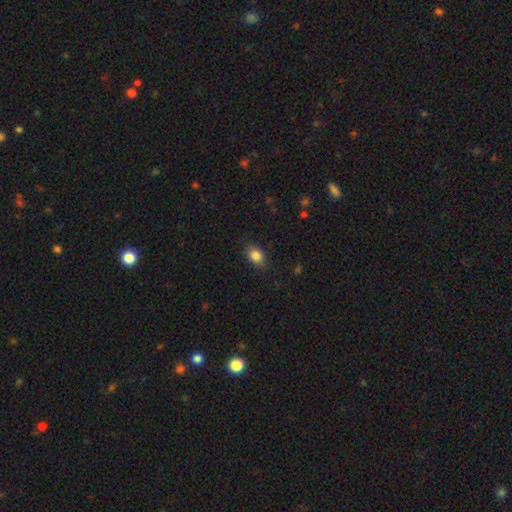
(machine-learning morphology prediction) Q: Smooth or featured?
A: smooth (84%); runner-up: star or artifact (9%)
Q: How rounded?
A: in between (73%); runner-up: round (25%)
Q: Merging?
A: none (82%); runner-up: minor disturbance (14%)